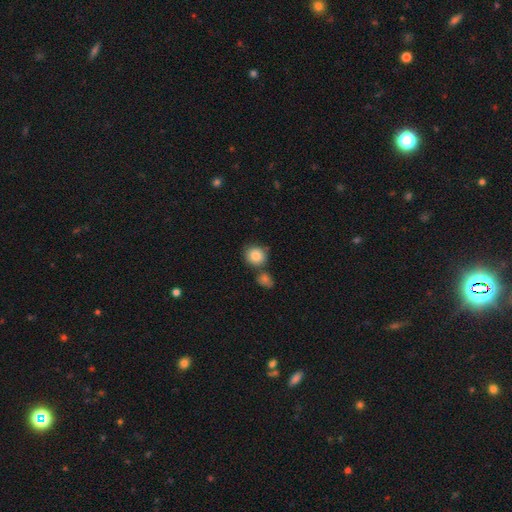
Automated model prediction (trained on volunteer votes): Smooth or featured?
  - smooth: 86% *
  - star or artifact: 8%
  - featured or disk: 6%
How rounded?
  - round: 85% *
  - in between: 14%
  - cigar-shaped: 1%
Merging?
  - none: 66% *
  - merger: 19%
  - minor disturbance: 12%
  - major disturbance: 3%